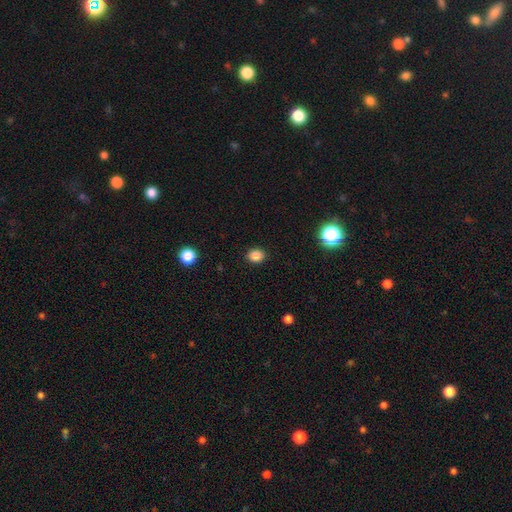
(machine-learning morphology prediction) type=smooth (85%); roundness=round (60%); merging=none (90%).